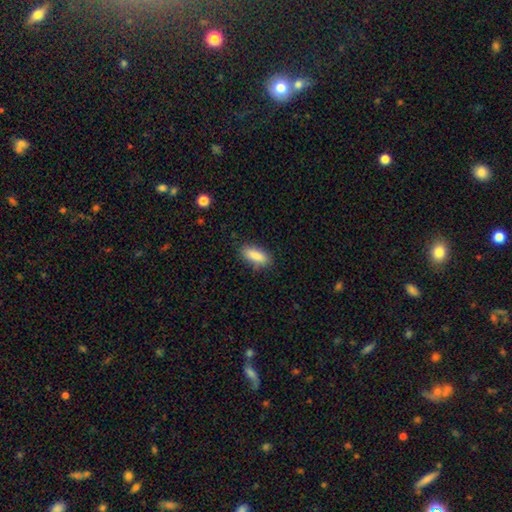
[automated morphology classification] Smooth or featured? Predicted: smooth (p=0.87). How rounded? Predicted: in between (p=0.74). Merging? Predicted: none (p=0.83).